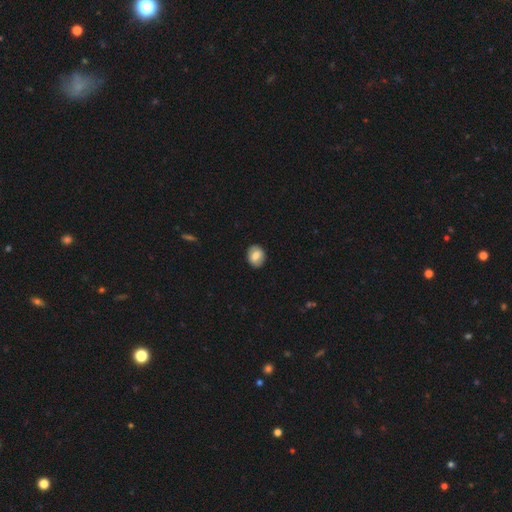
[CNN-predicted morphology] type=smooth (74%); roundness=in between (50%); merging=none (88%).